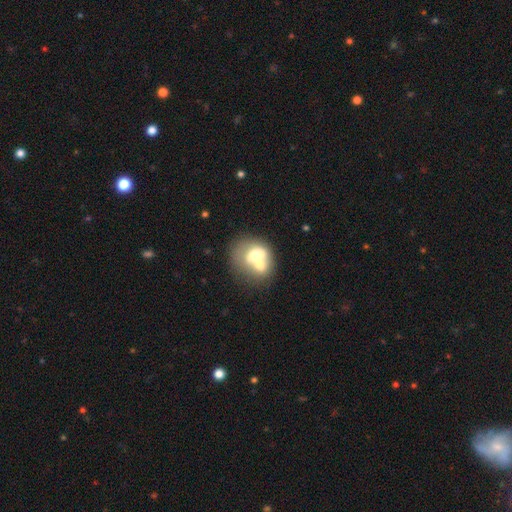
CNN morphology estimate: Overall: smooth (58%; featured or disk 33%). How rounded: round (61%; in between 38%). Merging: merger (63%; none 23%).